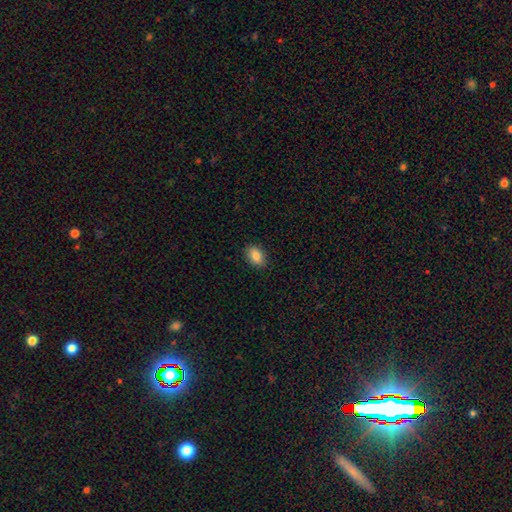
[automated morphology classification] Smooth or featured? smooth (86%)
How rounded? in between (83%)
Merging? none (87%)